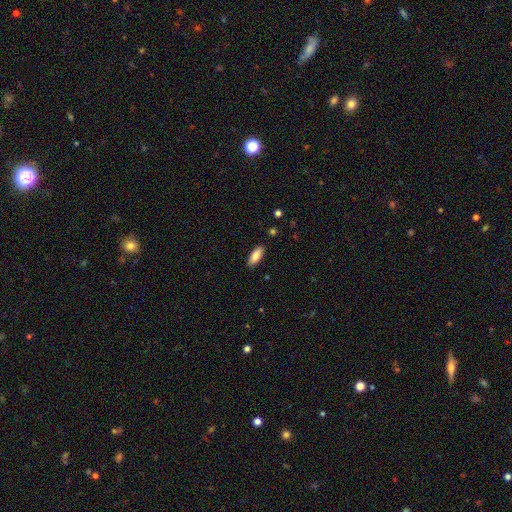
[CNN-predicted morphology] This appears to be a smooth galaxy with no disk features (83%) that is in between round and cigar-shaped (76%). Merging: none (88%).